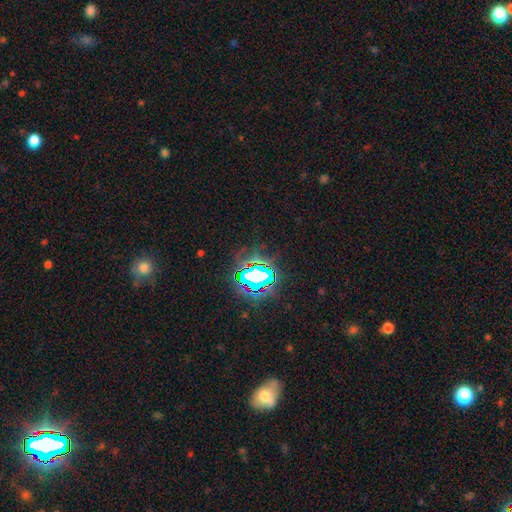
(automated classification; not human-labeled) This is likely a star or artifact rather than a galaxy (78%).